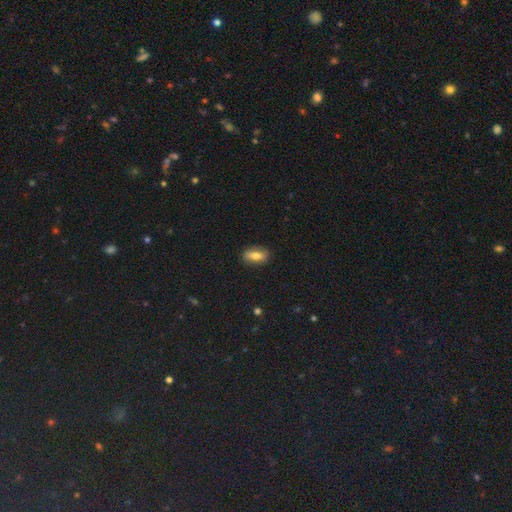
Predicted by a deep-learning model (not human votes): Overall: smooth (71%). How rounded: in between (80%). Merging: none (85%).